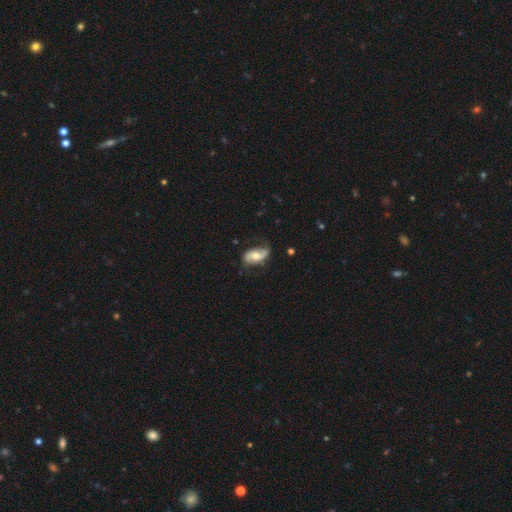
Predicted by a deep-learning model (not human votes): smooth-or-featured: featured or disk: 57% | smooth: 36% | star or artifact: 7%
  disk-edge-on: no: 91% | yes: 9%
    bar: no: 61% | weak: 26% | strong: 13%
    has-spiral-arms: yes: 79% | no: 21%
    bulge-size: moderate: 70% | small: 20% | large: 7% | none: 1% | dominant: 1%
  merging: none: 59% | minor disturbance: 29% | major disturbance: 10% | merger: 2%